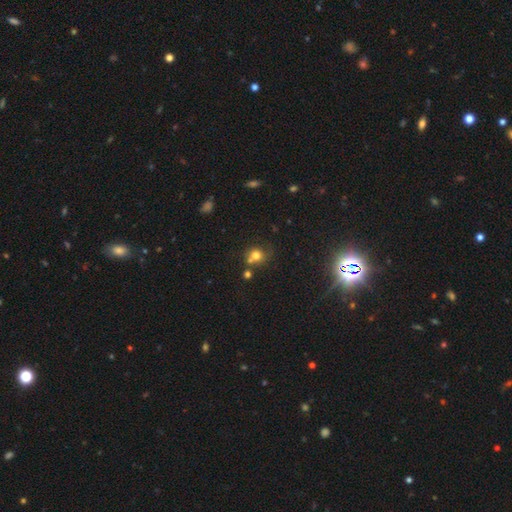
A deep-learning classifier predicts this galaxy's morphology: smooth_or_featured: smooth (p=0.73) [alt: star or artifact p=0.15]
how_rounded: round (p=0.82) [alt: in between p=0.17]
merging: none (p=0.48) [alt: merger p=0.34]